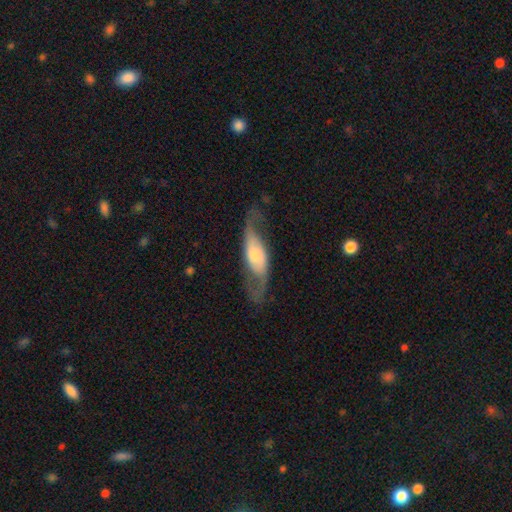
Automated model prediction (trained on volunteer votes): featured or disk 68%, smooth 26%, star or artifact 6%. Down the decision tree: edge-on disk — no (76%); bar — no (61%); spiral arms — yes (82%); bulge size — moderate (48%); merging — none (62%).